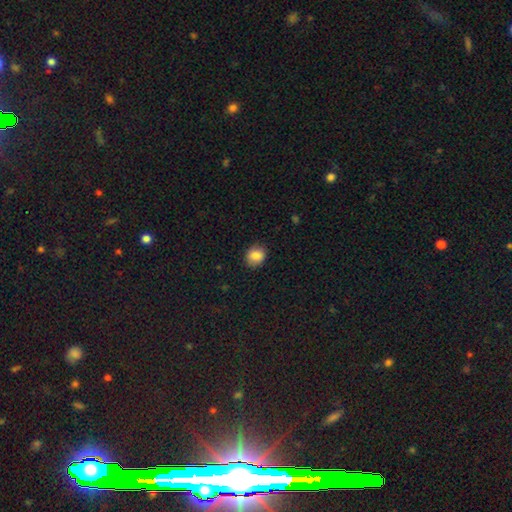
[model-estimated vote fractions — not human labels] A smooth galaxy with no disk features (86%) that is round (64%).

Vote fractions:
- Smooth or featured? smooth: 86% / star or artifact: 9% / featured or disk: 5%
- How rounded? round: 64% / in between: 35% / cigar-shaped: 1%
- Merging? none: 84% / minor disturbance: 12% / major disturbance: 3% / merger: 1%